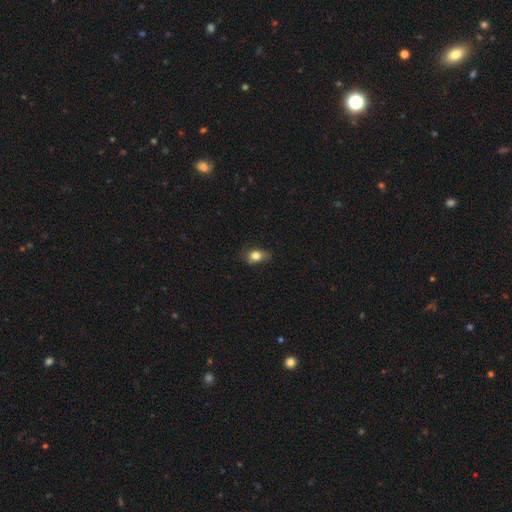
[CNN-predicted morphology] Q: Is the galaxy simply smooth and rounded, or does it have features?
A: smooth — 79%.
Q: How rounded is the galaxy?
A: in between — 67%.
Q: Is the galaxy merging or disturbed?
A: none — 57%.